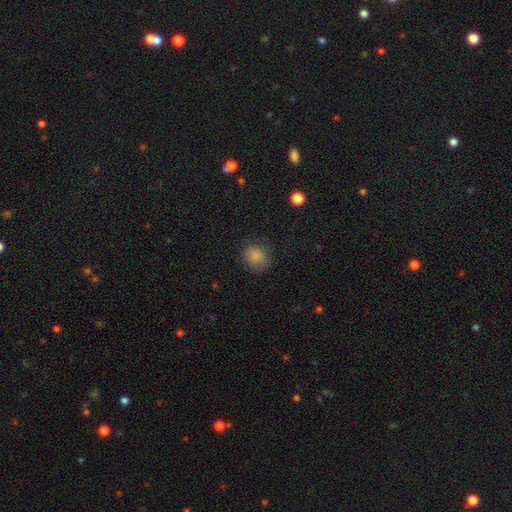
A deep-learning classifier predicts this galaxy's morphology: Overall: smooth (85%). How rounded: round (78%). Merging: none (82%).